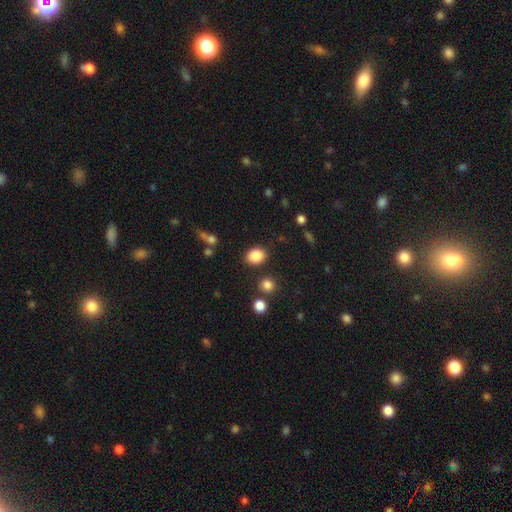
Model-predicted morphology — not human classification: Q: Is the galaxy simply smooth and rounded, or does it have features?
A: smooth — 87%.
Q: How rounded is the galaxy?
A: in between — 57%.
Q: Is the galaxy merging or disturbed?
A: none — 83%.